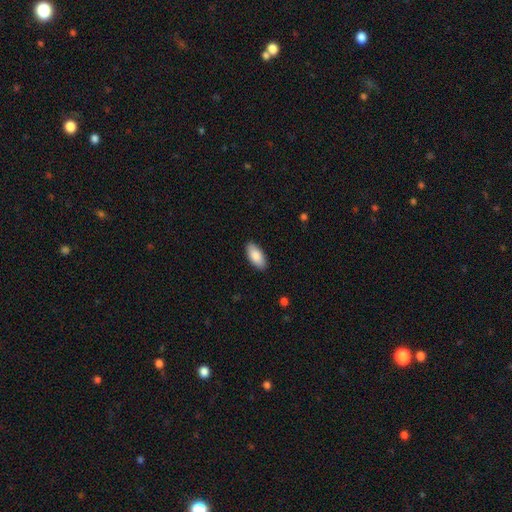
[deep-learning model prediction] smooth-or-featured: smooth: 87% | featured or disk: 7% | star or artifact: 6%
  how-rounded: in between: 92% | cigar-shaped: 6% | round: 2%
  merging: none: 89% | minor disturbance: 9% | major disturbance: 2% | merger: 1%